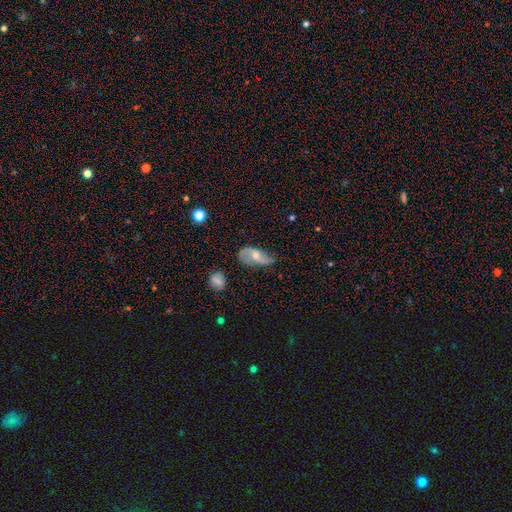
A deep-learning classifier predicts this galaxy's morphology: featured or disk 64%, smooth 29%, star or artifact 7%. Down the decision tree: edge-on disk — no (93%); bar — no (55%); spiral arms — yes (86%); spiral arm count — 2 (85%); spiral winding — loose (71%); bulge size — moderate (58%); merging — none (53%).